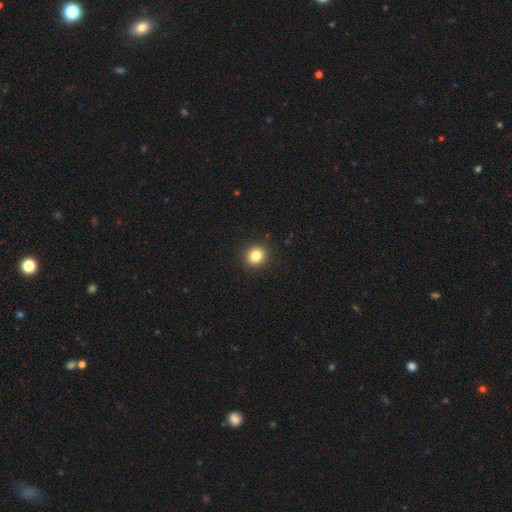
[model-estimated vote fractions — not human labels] Smooth or featured? smooth (84%)
How rounded? round (78%)
Merging? none (91%)